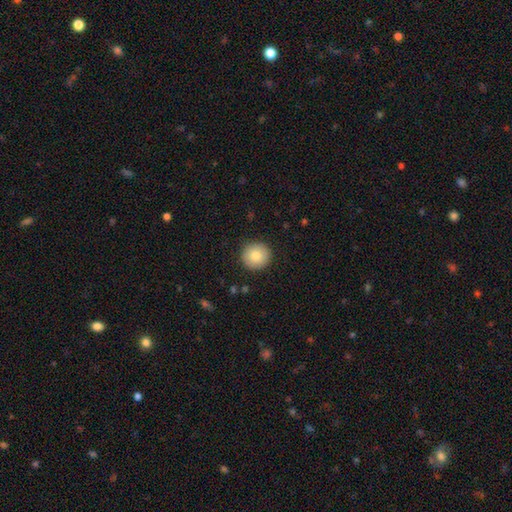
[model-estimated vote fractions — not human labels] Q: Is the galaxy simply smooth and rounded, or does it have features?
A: smooth — 84%.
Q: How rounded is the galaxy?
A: round — 94%.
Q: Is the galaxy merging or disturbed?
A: none — 91%.